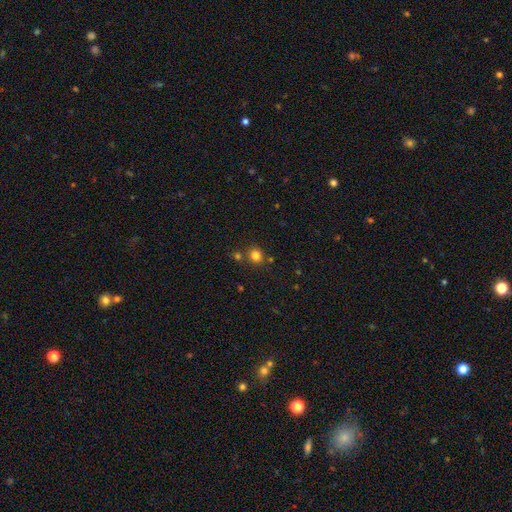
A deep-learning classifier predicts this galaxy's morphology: Q: Smooth or featured?
A: smooth (80%); runner-up: star or artifact (15%)
Q: How rounded?
A: round (83%); runner-up: in between (16%)
Q: Merging?
A: none (77%); runner-up: merger (12%)